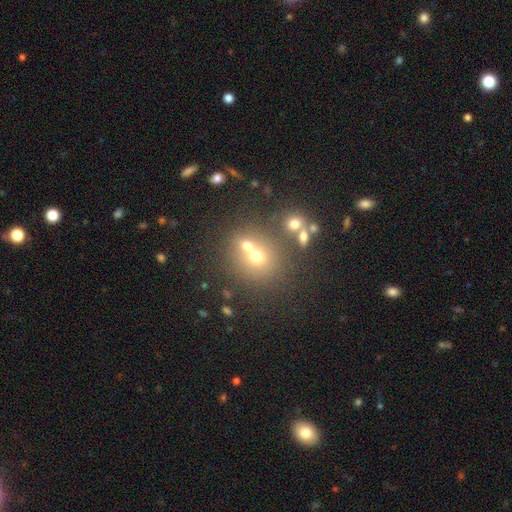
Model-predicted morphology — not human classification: Q: Smooth or featured?
A: smooth (62%); runner-up: featured or disk (19%)
Q: How rounded?
A: round (80%); runner-up: in between (19%)
Q: Merging?
A: merger (44%); tied with: none (44%)